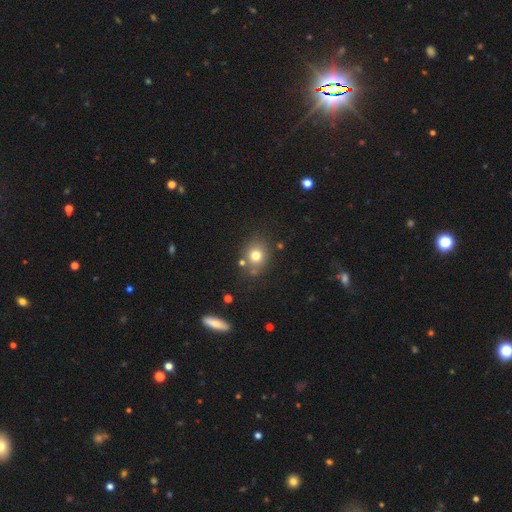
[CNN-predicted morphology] A smooth galaxy with no disk features (76%) that is round (74%).

Vote fractions:
- Smooth or featured? smooth: 76% / star or artifact: 13% / featured or disk: 11%
- How rounded? round: 74% / in between: 25% / cigar-shaped: 1%
- Merging? none: 75% / minor disturbance: 12% / merger: 9% / major disturbance: 4%